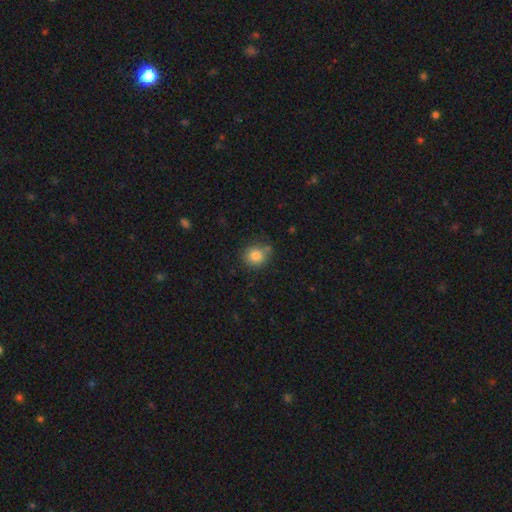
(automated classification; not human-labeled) A smooth galaxy with no disk features (83%) that is round (81%). Merging: none (72%).